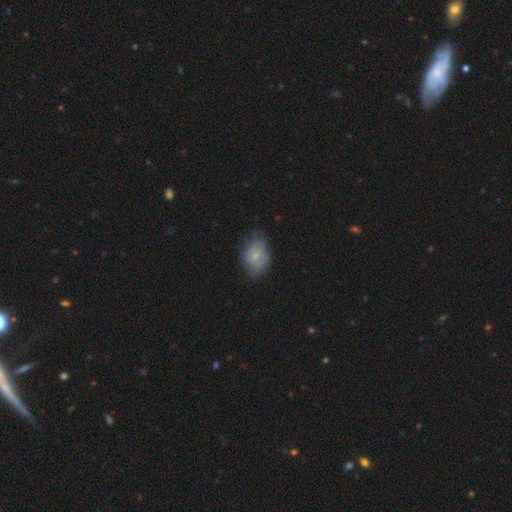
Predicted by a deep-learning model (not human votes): Morphology: type=smooth (70%); roundness=in between (81%); merging=none (68%).